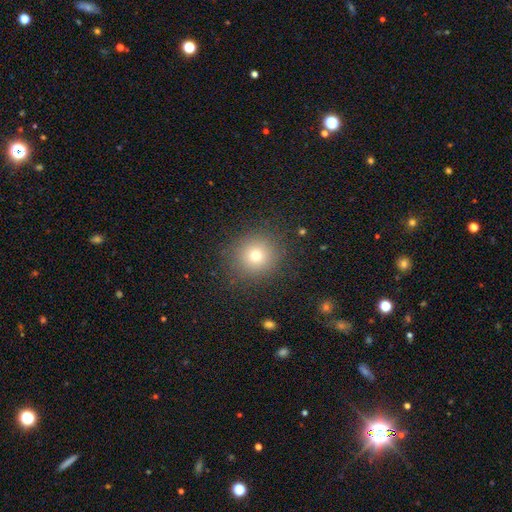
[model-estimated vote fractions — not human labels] Overall: smooth (73%). How rounded: round (91%). Merging: none (87%).